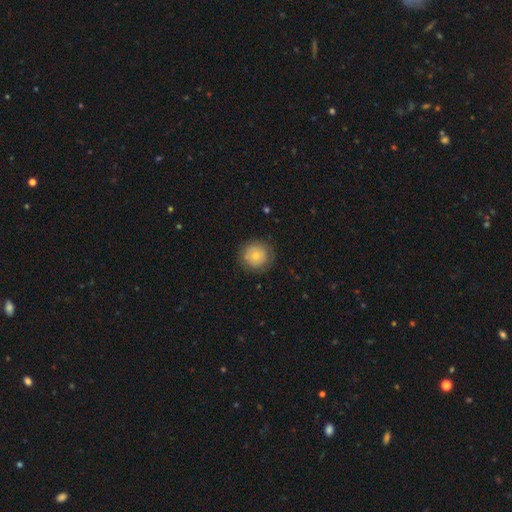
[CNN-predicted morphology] The model was most divided on "smooth or featured": smooth: 69%, featured or disk: 22%, star or artifact: 8%. More confident: how rounded — round (93%); merging — none (82%).